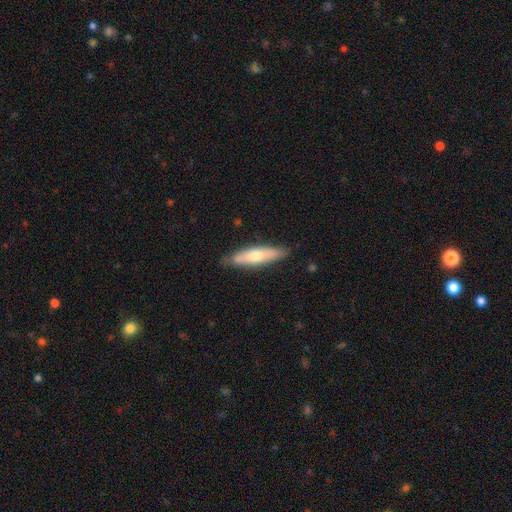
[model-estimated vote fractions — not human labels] smooth 58%, featured or disk 36%, star or artifact 5%. Down the decision tree: how rounded — cigar-shaped (70%); merging — none (83%).